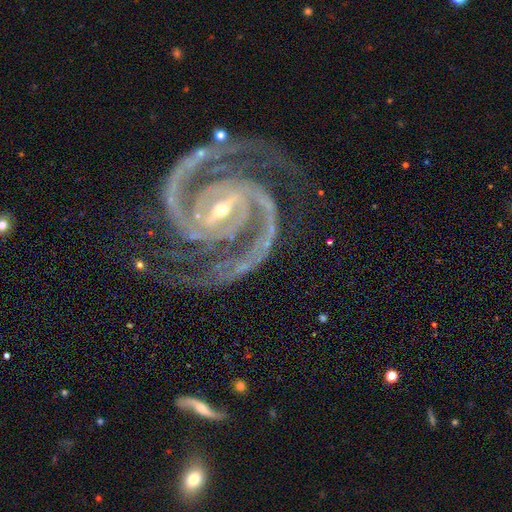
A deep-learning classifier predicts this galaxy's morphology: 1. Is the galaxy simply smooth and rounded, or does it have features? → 94% featured or disk, 4% star or artifact, 2% smooth.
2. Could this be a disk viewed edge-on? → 98% no, 2% yes.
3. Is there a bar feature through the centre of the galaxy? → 56% strong, 31% weak, 13% no.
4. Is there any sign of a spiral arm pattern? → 99% yes, 1% no.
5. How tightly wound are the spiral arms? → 50% tight, 45% medium, 5% loose.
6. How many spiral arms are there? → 91% 2, 3% 3, 1% can't tell, 1% 4, 1% more than 4, 1% 1.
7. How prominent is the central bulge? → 68% small, 29% moderate, 1% large, 1% none, 1% dominant.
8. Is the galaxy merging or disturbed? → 76% none, 15% minor disturbance, 6% major disturbance, 3% merger.